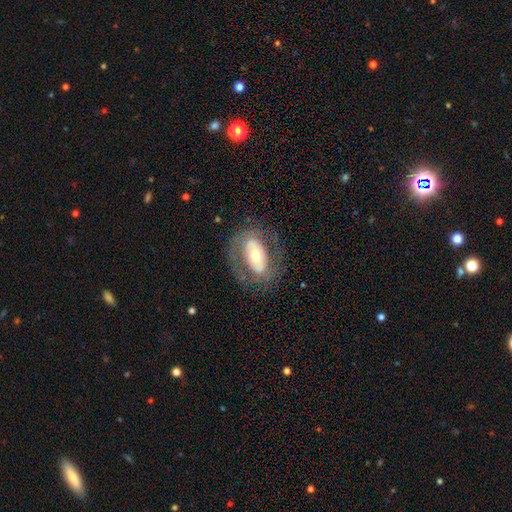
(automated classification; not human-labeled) smooth-or-featured: featured or disk: 57% | smooth: 37% | star or artifact: 7%
  disk-edge-on: no: 90% | yes: 10%
    bar: no: 54% | strong: 25% | weak: 22%
    has-spiral-arms: no: 70% | yes: 30%
    bulge-size: moderate: 63% | small: 20% | large: 14% | dominant: 2% | none: 1%
  merging: none: 74% | minor disturbance: 14% | major disturbance: 11% | merger: 1%